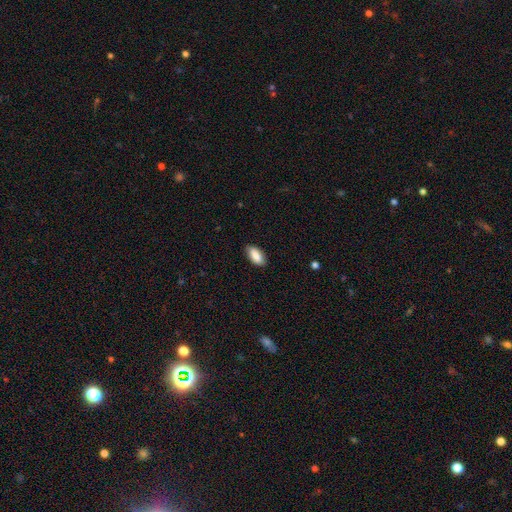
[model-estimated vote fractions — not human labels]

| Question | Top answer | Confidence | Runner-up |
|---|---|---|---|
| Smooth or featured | smooth | 87% | featured or disk (7%) |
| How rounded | in between | 89% | cigar-shaped (9%) |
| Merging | none | 87% | minor disturbance (10%) |